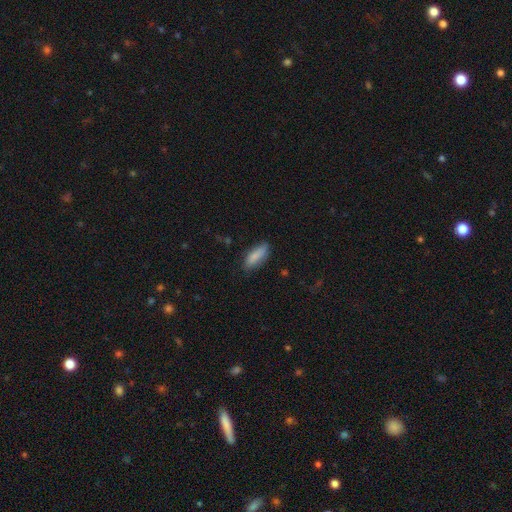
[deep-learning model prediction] smooth-or-featured: smooth: 85% | featured or disk: 9% | star or artifact: 6%
  how-rounded: in between: 69% | cigar-shaped: 29% | round: 2%
  merging: none: 77% | minor disturbance: 18% | major disturbance: 3% | merger: 1%